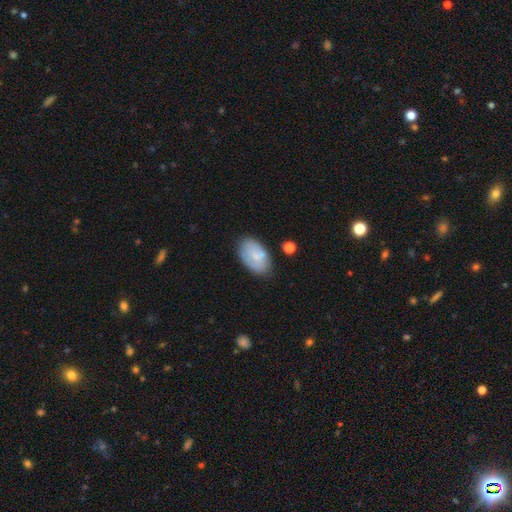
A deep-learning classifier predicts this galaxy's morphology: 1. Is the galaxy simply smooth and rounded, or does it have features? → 67% smooth, 26% featured or disk, 7% star or artifact.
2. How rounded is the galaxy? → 93% in between, 6% round, 1% cigar-shaped.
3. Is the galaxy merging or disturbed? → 65% none, 23% minor disturbance, 7% major disturbance, 6% merger.